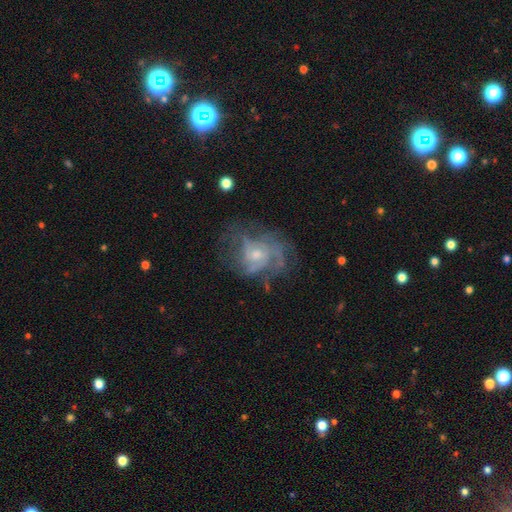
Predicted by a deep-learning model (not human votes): Smooth or featured? featured or disk (77%)
Edge-on disk? no (97%)
Bar? no (72%)
Spiral arms? yes (82%)
Spiral winding? medium (41%)
Spiral arm count? can't tell (43%)
Bulge size? small (50%)
Merging? none (54%)